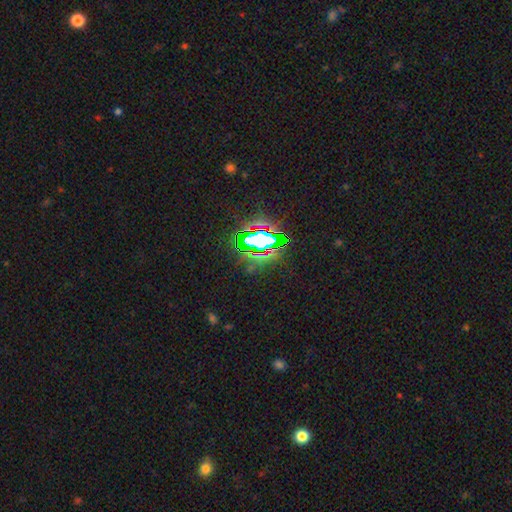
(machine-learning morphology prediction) A star or artifact, not a galaxy (82%).